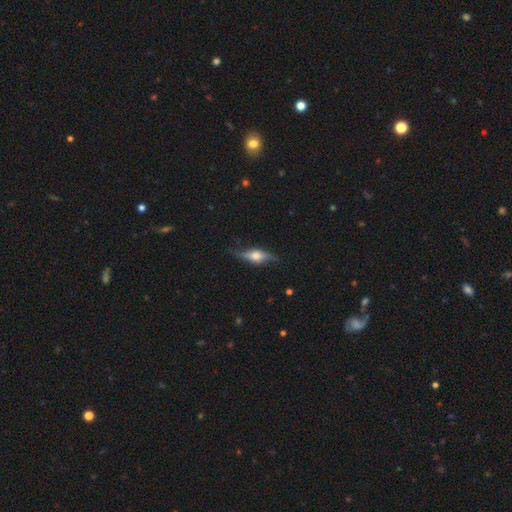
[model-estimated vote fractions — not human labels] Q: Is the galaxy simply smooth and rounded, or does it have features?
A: featured or disk — 67%.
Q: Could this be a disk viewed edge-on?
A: yes — 79%.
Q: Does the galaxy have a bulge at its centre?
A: rounded — 89%.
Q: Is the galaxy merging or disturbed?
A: none — 73%.